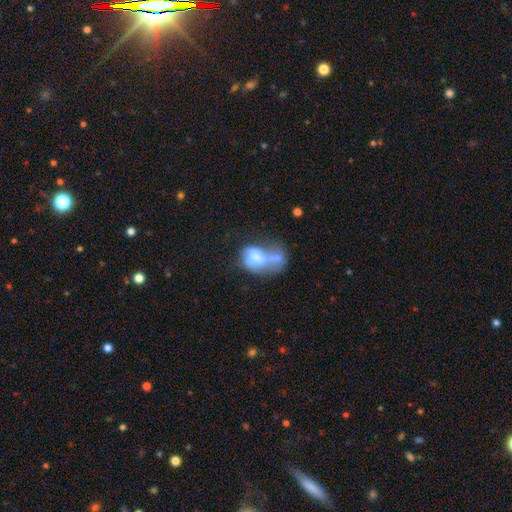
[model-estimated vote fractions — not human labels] Overall: smooth (55%; featured or disk 36%). How rounded: in between (75%). Merging: merger (55%; major disturbance 22%).